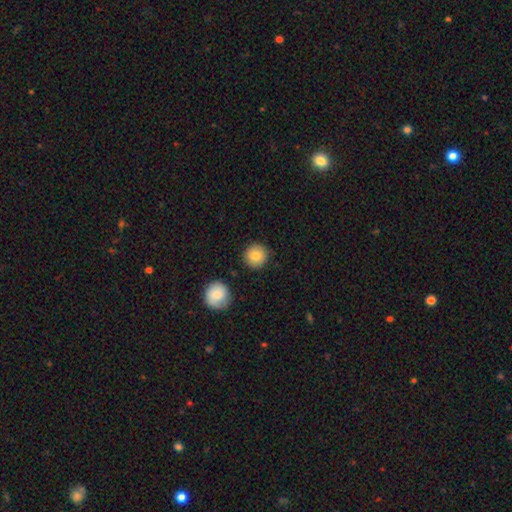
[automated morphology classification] Q: Smooth or featured?
A: smooth (85%); runner-up: star or artifact (8%)
Q: How rounded?
A: round (95%); runner-up: in between (4%)
Q: Merging?
A: none (89%); runner-up: minor disturbance (7%)